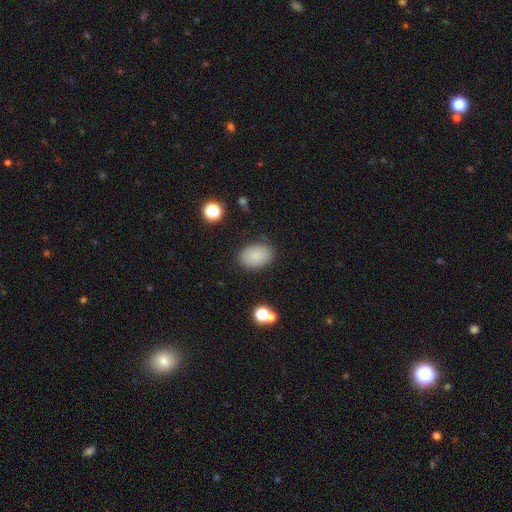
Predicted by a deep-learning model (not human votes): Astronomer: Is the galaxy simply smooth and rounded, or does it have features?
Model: smooth — 85%.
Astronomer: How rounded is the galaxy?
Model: in between — 83%.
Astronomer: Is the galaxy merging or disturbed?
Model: none — 85%.